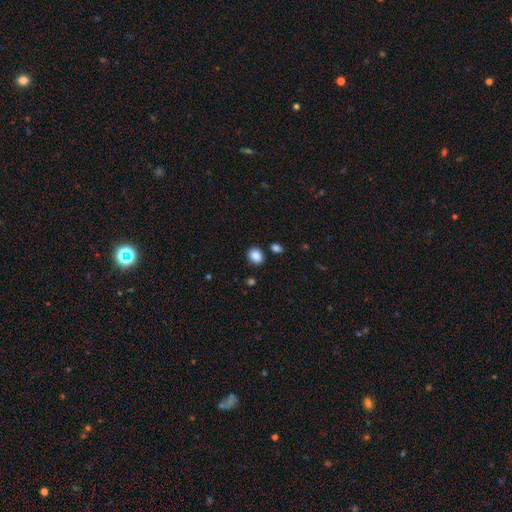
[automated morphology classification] smooth-or-featured: smooth: 87% | star or artifact: 9% | featured or disk: 4%
  how-rounded: round: 50% | in between: 49% | cigar-shaped: 1%
  merging: none: 84% | minor disturbance: 9% | merger: 5% | major disturbance: 3%